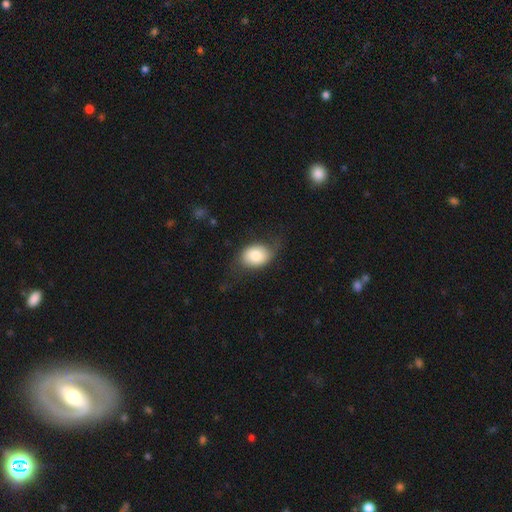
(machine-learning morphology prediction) Q: Smooth or featured?
A: smooth (74%); runner-up: featured or disk (19%)
Q: How rounded?
A: in between (69%); runner-up: round (29%)
Q: Merging?
A: none (57%); runner-up: minor disturbance (28%)